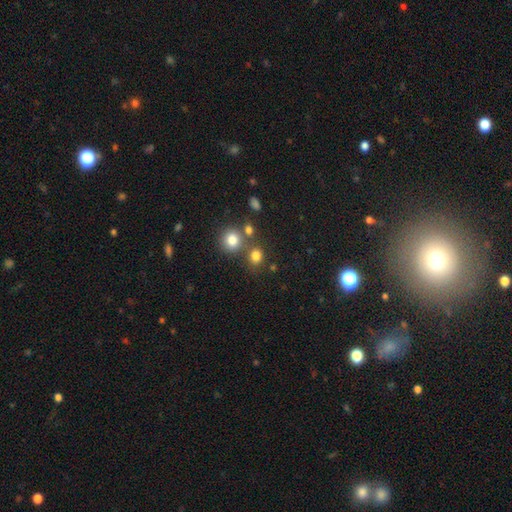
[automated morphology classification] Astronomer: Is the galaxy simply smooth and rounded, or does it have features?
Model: smooth — 79%.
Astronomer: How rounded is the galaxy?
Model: round — 67%.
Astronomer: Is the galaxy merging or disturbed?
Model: none — 65%.